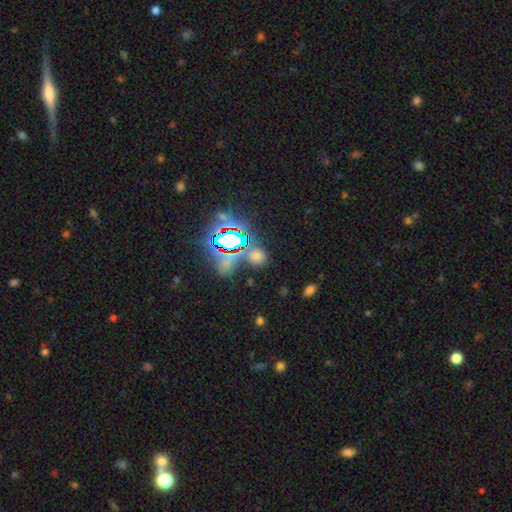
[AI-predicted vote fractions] This appears to be a smooth galaxy with no disk features (50%). Merging: none (74%).